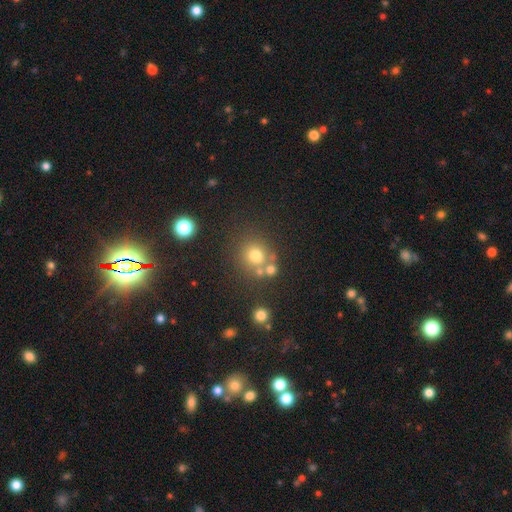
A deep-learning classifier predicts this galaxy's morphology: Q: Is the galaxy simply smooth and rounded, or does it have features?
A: smooth — 70%.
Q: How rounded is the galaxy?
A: round — 87%.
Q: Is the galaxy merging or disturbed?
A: none — 63%.